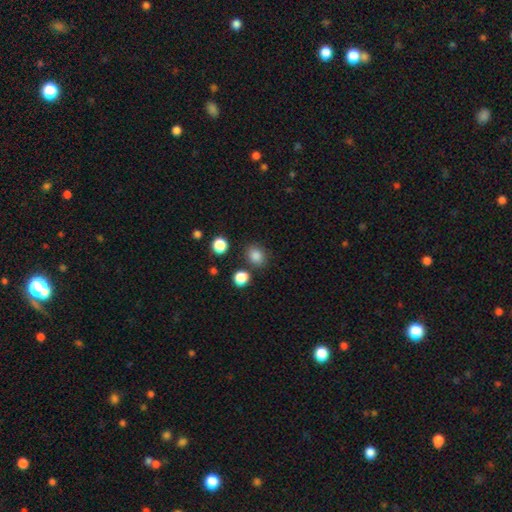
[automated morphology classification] smooth-or-featured: smooth: 84% | star or artifact: 12% | featured or disk: 4%
  how-rounded: round: 59% | in between: 41% | cigar-shaped: 1%
  merging: none: 80% | minor disturbance: 10% | merger: 6% | major disturbance: 3%